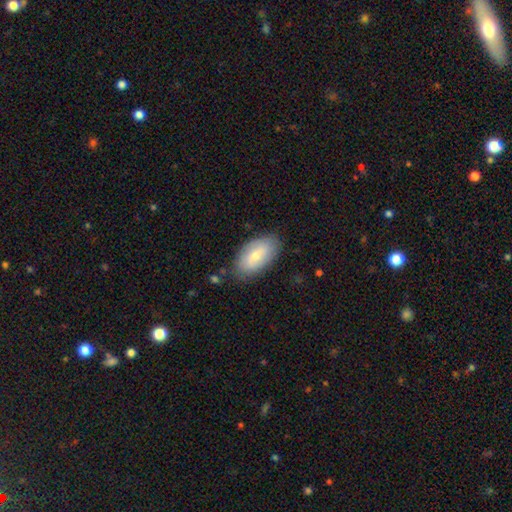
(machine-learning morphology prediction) Smooth or featured?
  - smooth: 69% *
  - featured or disk: 25%
  - star or artifact: 6%
How rounded?
  - in between: 94% *
  - round: 4%
  - cigar-shaped: 3%
Merging?
  - none: 81% *
  - minor disturbance: 14%
  - major disturbance: 3%
  - merger: 2%